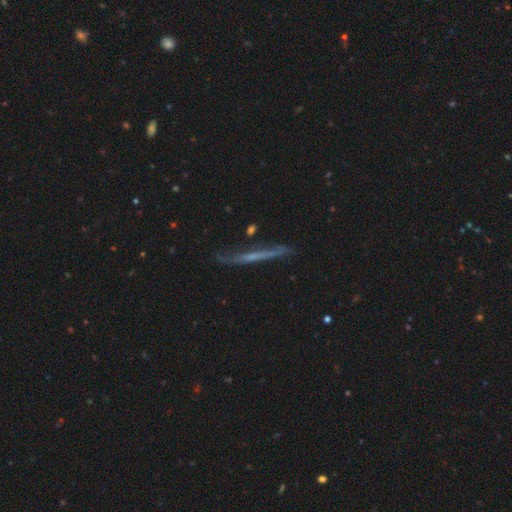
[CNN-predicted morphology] Smooth or featured: featured or disk — 66% (smooth — 26%)
Edge-on disk: yes — 92% (no — 8%)
Edge-on bulge: none — 67% (rounded — 25%)
Merging: none — 74% (minor disturbance — 18%)